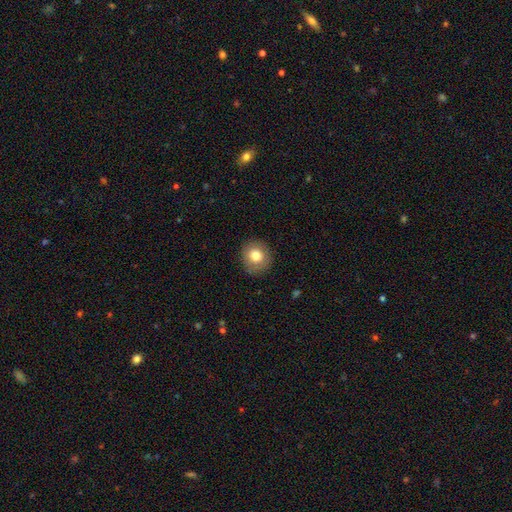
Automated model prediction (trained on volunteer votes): Smooth or featured?
  - smooth: 78% *
  - featured or disk: 13%
  - star or artifact: 9%
How rounded?
  - round: 87% *
  - in between: 12%
  - cigar-shaped: 1%
Merging?
  - none: 88% *
  - minor disturbance: 8%
  - major disturbance: 2%
  - merger: 1%